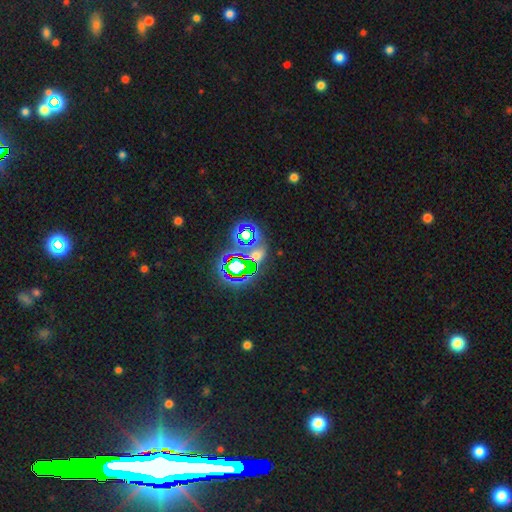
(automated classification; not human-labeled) This is likely a star or artifact rather than a galaxy (65%).